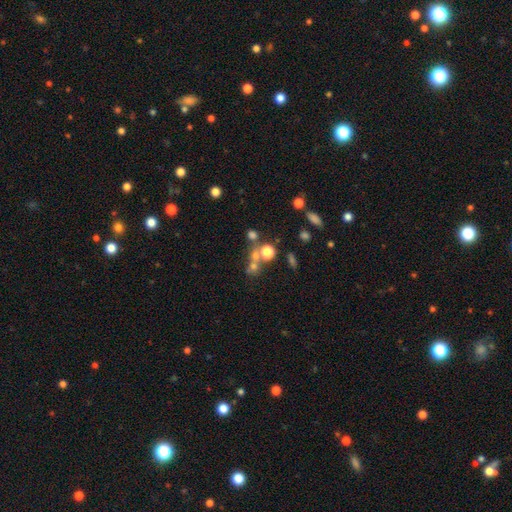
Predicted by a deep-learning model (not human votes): A smooth galaxy with no disk features (54%) that is round (81%).

Vote fractions:
- Smooth or featured? smooth: 54% / star or artifact: 27% / featured or disk: 18%
- How rounded? round: 81% / in between: 17% / cigar-shaped: 2%
- Merging? none: 49% / merger: 37% / minor disturbance: 8% / major disturbance: 6%